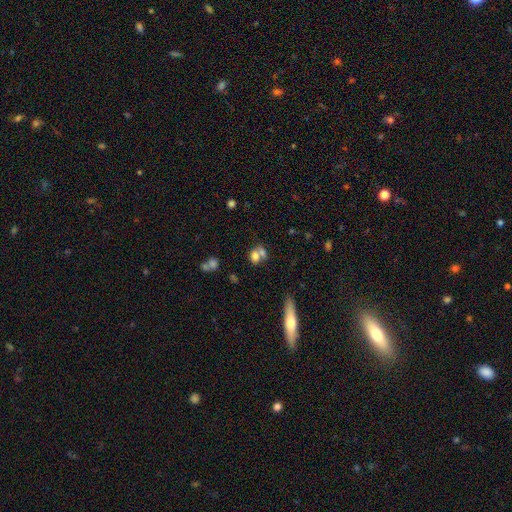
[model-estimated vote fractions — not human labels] Overall: smooth (71%). How rounded: in between (52%; round 45%). Merging: merger (54%; none 32%).